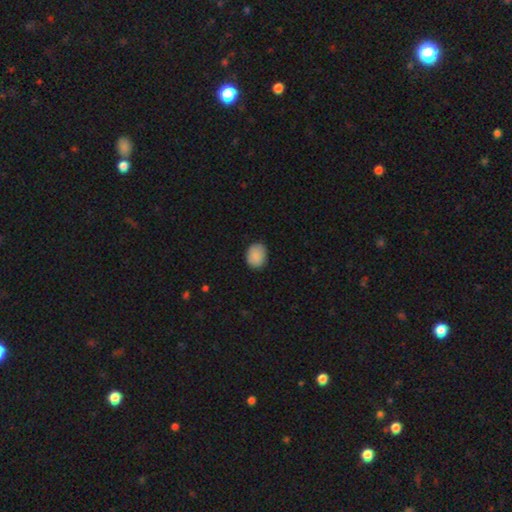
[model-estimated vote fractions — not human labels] Overall: smooth (89%). How rounded: in between (53%; round 46%). Merging: none (83%).